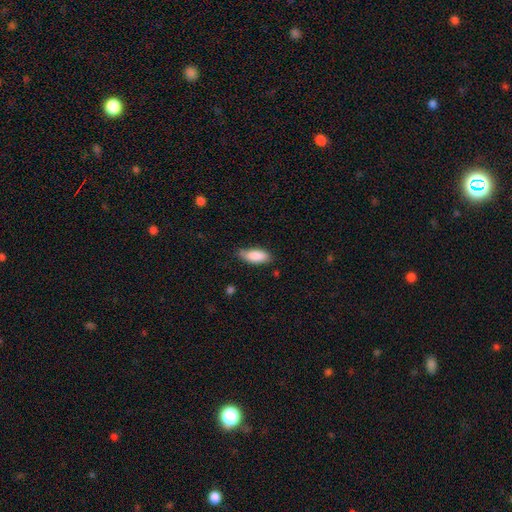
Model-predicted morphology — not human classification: This is clearly a smooth galaxy (87%). How rounded: clearly in between (83%). Merging: likely none (70%).